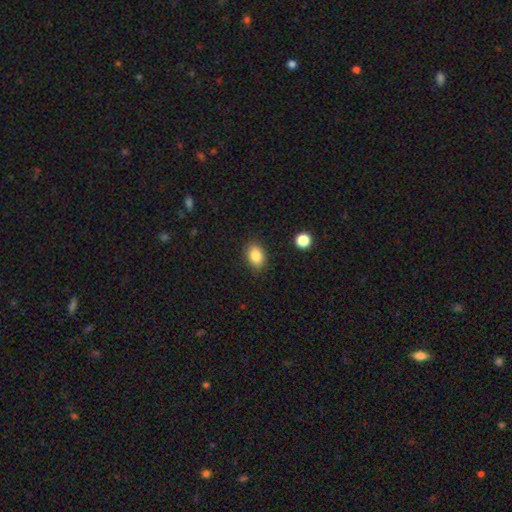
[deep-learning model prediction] Overall: smooth (85%). How rounded: in between (82%). Merging: none (86%).